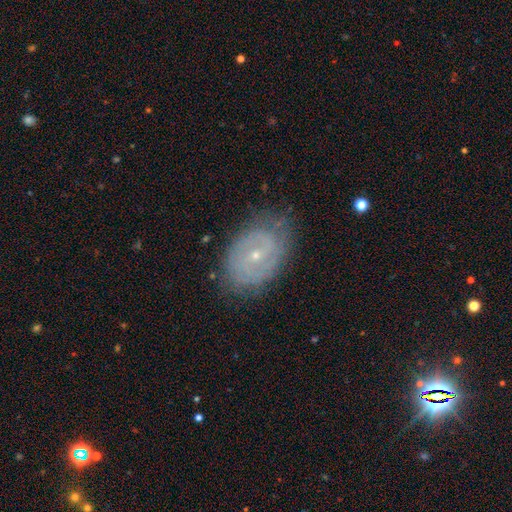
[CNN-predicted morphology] Smooth or featured? featured or disk (76%)
Edge-on disk? no (96%)
Bar? no (54%)
Spiral arms? yes (86%)
Spiral winding? tight (59%)
Spiral arm count? 2 (53%)
Bulge size? small (74%)
Merging? none (77%)